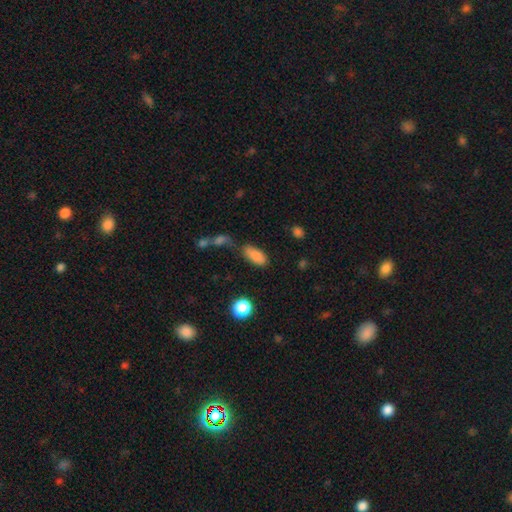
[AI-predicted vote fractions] Q: Smooth or featured?
A: smooth (83%); runner-up: star or artifact (9%)
Q: How rounded?
A: in between (87%); runner-up: cigar-shaped (9%)
Q: Merging?
A: none (59%); runner-up: minor disturbance (20%)